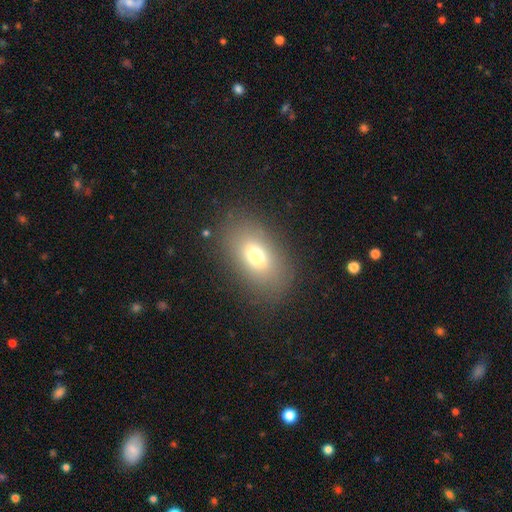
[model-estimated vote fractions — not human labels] smooth_or_featured: smooth (p=0.67) [alt: featured or disk p=0.20]
how_rounded: in between (p=0.85) [alt: round p=0.12]
merging: none (p=0.83) [alt: minor disturbance p=0.10]